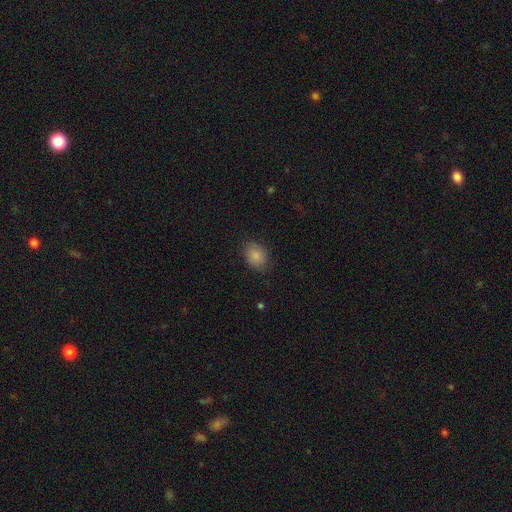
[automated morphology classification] Q: Smooth or featured?
A: smooth (87%); runner-up: star or artifact (9%)
Q: How rounded?
A: in between (60%); runner-up: round (39%)
Q: Merging?
A: none (81%); runner-up: minor disturbance (14%)